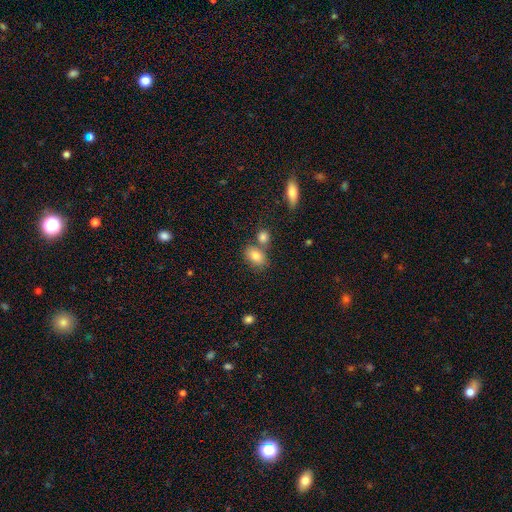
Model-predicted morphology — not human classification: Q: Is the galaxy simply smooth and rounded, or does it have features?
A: smooth — 80%.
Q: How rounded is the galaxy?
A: in between — 75%.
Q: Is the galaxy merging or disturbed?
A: none — 58%.